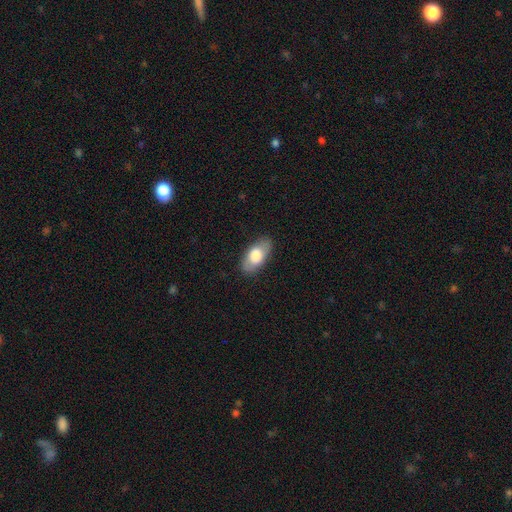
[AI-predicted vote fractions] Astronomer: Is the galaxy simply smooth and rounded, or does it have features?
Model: smooth — 72%.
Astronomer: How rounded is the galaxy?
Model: in between — 92%.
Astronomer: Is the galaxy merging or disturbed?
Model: none — 84%.